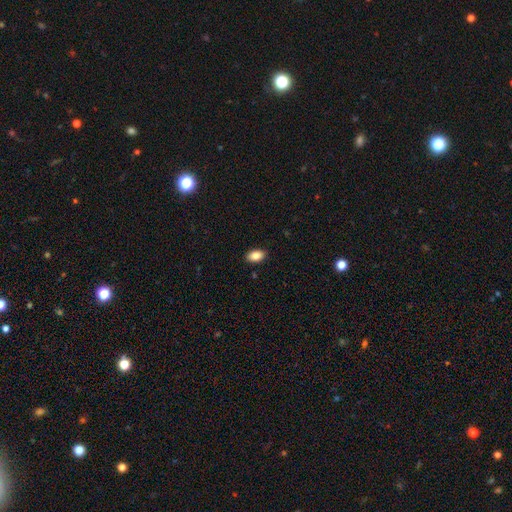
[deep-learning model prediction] Smooth or featured? smooth (85%)
How rounded? in between (92%)
Merging? none (89%)